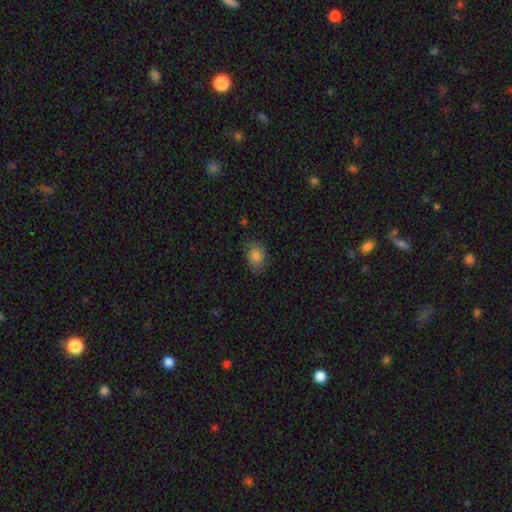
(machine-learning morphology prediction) Overall: smooth (83%). How rounded: in between (76%). Merging: none (73%).